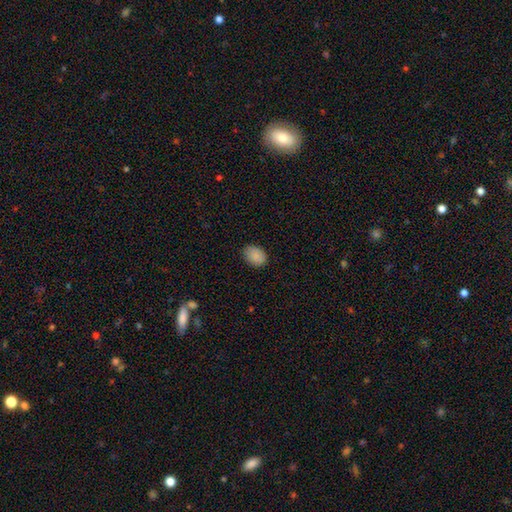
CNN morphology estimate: type=smooth (88%); roundness=in between (65%); merging=none (85%).